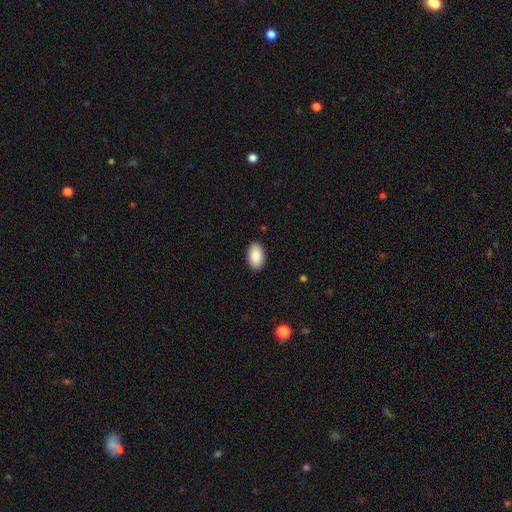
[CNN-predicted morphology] smooth-or-featured: smooth: 90% | star or artifact: 6% | featured or disk: 4%
  how-rounded: in between: 95% | round: 4% | cigar-shaped: 1%
  merging: none: 89% | minor disturbance: 8% | major disturbance: 2% | merger: 1%